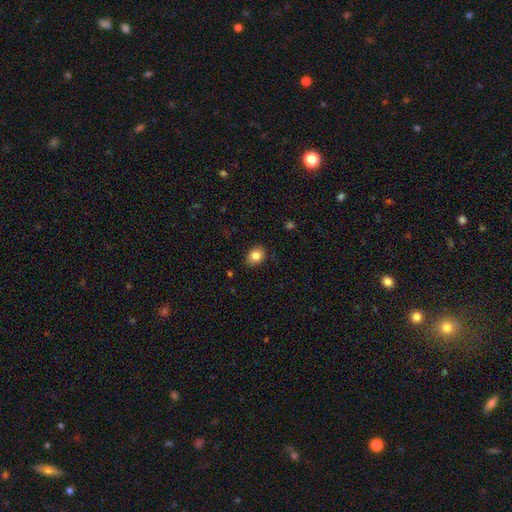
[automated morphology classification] Smooth or featured? smooth (83%)
How rounded? in between (50%)
Merging? none (88%)